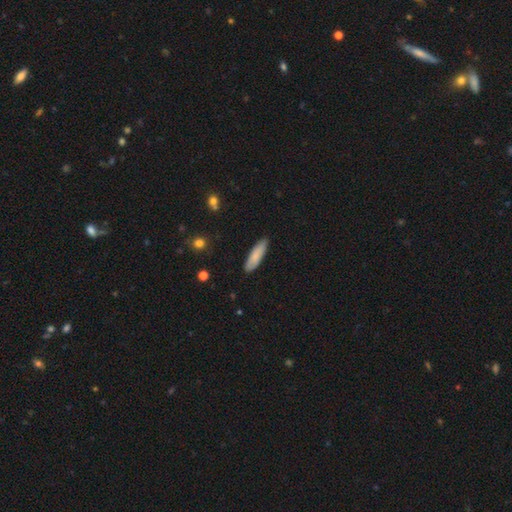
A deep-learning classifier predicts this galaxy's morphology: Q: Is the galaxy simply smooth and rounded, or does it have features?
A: smooth — 83%.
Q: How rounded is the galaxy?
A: cigar-shaped — 61%.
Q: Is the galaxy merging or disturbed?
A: none — 87%.